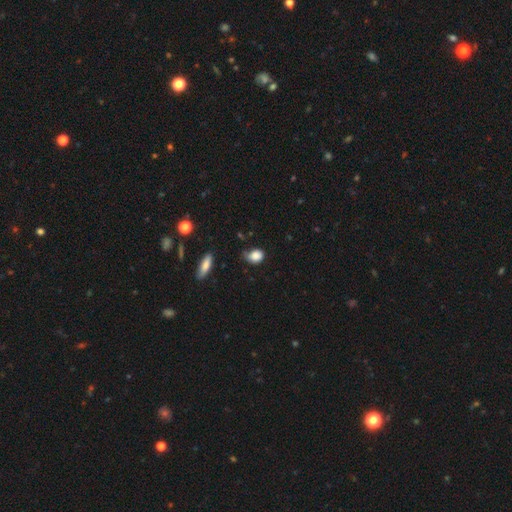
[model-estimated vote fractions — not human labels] smooth 83%, star or artifact 9%, featured or disk 7%. Down the decision tree: how rounded — in between (53%); merging — none (45%).